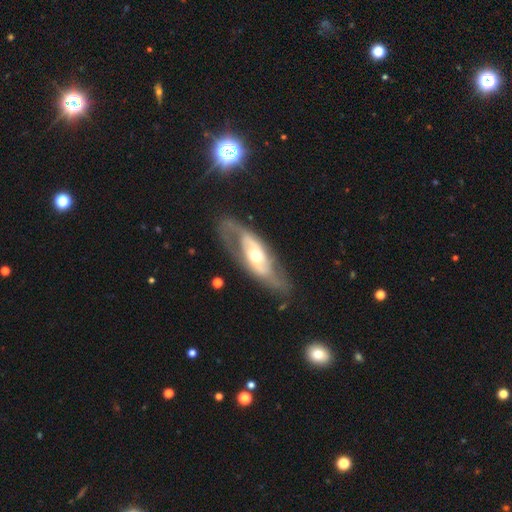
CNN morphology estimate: smooth_or_featured: featured or disk (p=0.75) [alt: smooth p=0.20]
disk_edge_on: no (p=0.85) [alt: yes p=0.15]
bar: no (p=0.62) [alt: weak p=0.25]
has_spiral_arms: yes (p=0.65) [alt: no p=0.35]
bulge_size: moderate (p=0.67) [alt: small p=0.21]
merging: none (p=0.70) [alt: minor disturbance p=0.17]